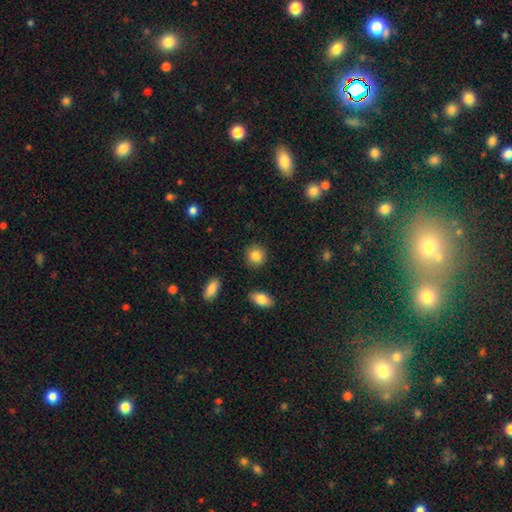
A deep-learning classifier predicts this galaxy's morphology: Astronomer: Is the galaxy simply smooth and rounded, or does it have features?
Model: smooth — 86%.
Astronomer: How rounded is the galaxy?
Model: round — 86%.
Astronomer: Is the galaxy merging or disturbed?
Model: none — 89%.